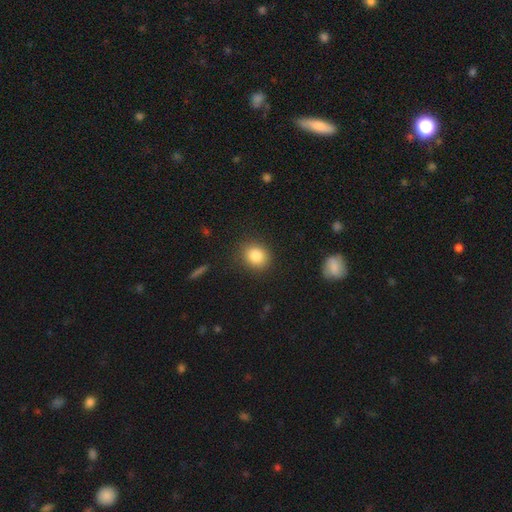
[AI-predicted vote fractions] A smooth galaxy with no disk features (83%) that is round (68%).

Vote fractions:
- Smooth or featured? smooth: 83% / star or artifact: 10% / featured or disk: 7%
- How rounded? round: 68% / in between: 31% / cigar-shaped: 1%
- Merging? none: 86% / minor disturbance: 9% / major disturbance: 3% / merger: 1%